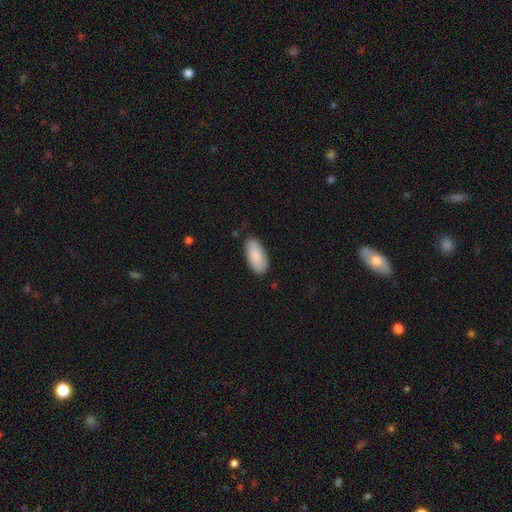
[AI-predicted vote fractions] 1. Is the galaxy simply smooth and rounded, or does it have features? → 86% smooth, 8% featured or disk, 6% star or artifact.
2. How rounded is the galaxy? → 92% in between, 6% cigar-shaped, 2% round.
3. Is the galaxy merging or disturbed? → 80% none, 16% minor disturbance, 3% major disturbance, 1% merger.